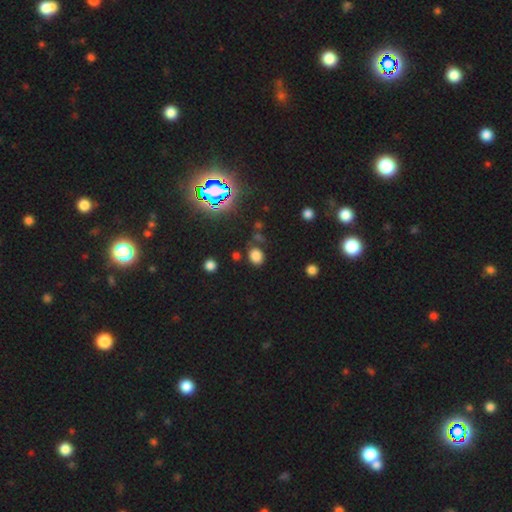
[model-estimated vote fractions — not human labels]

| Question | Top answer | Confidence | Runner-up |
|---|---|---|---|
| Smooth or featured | smooth | 75% | star or artifact (19%) |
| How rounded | round | 50% | in between (49%) |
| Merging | none | 79% | minor disturbance (12%) |